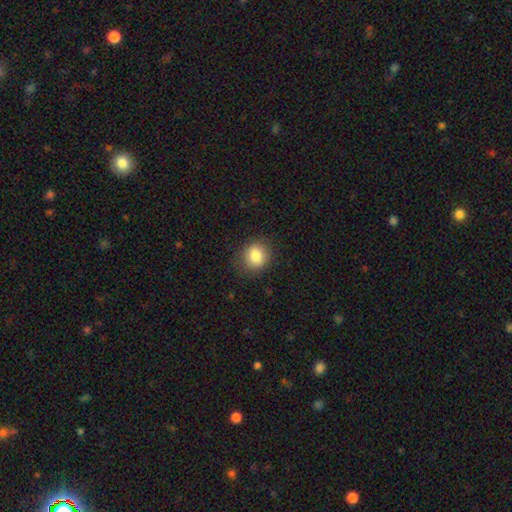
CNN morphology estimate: Smooth or featured? smooth (84%)
How rounded? round (76%)
Merging? none (85%)